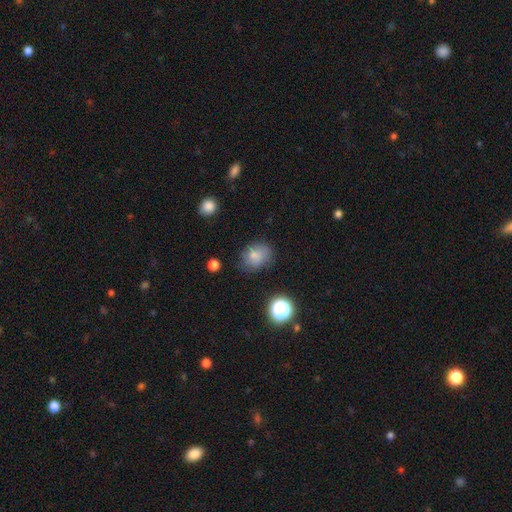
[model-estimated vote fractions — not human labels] smooth_or_featured: smooth (p=0.76) [alt: star or artifact p=0.12]
how_rounded: round (p=0.51) [alt: in between p=0.48]
merging: none (p=0.65) [alt: minor disturbance p=0.24]